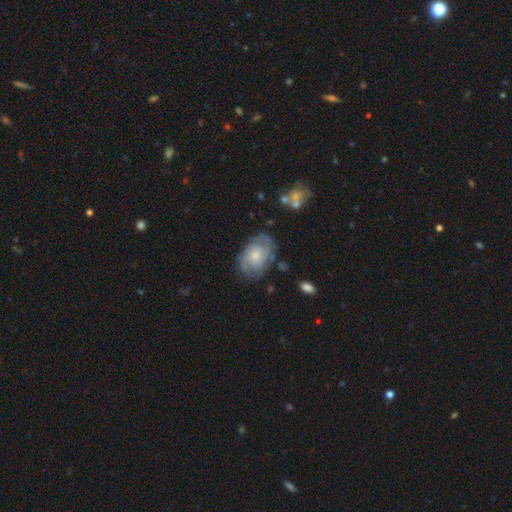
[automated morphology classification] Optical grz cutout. It shows a featured or disk galaxy (65%) with no bar (77%), tight (48%) spiral arms (83%) and a small central bulge (58%). Merging: none (68%).